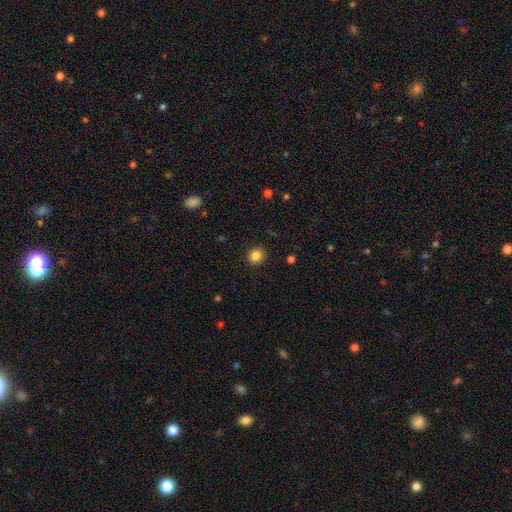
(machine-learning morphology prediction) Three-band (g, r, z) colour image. It shows a smooth galaxy with no disk features (85%) that is round (92%). Merging: none (92%).